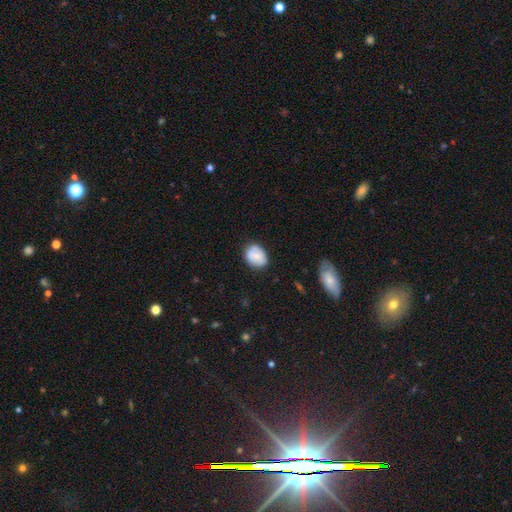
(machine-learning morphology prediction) Smooth or featured?
  - smooth: 70% *
  - featured or disk: 23%
  - star or artifact: 8%
How rounded?
  - in between: 59% *
  - round: 40%
  - cigar-shaped: 1%
Merging?
  - none: 72% *
  - minor disturbance: 20%
  - major disturbance: 4%
  - merger: 4%